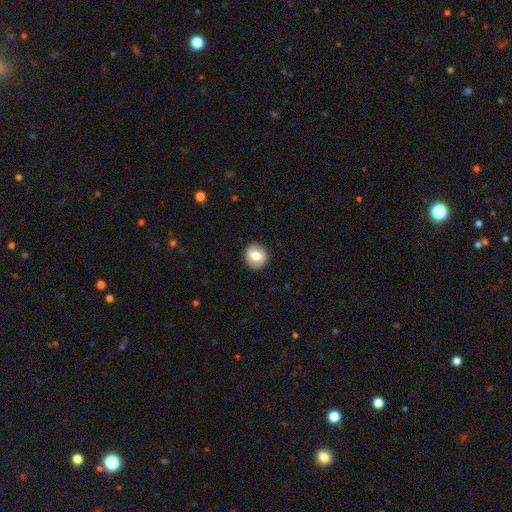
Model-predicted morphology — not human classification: smooth 72%, featured or disk 20%, star or artifact 8%. Down the decision tree: how rounded — round (80%); merging — none (89%).